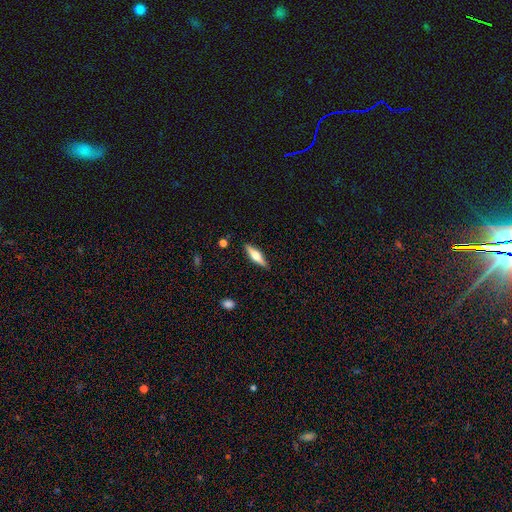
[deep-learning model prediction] Q: Smooth or featured?
A: featured or disk (58%); runner-up: smooth (36%)
Q: Edge-on disk?
A: yes (95%); runner-up: no (5%)
Q: Edge-on bulge?
A: rounded (94%); runner-up: boxy (4%)
Q: Merging?
A: none (89%); runner-up: minor disturbance (8%)